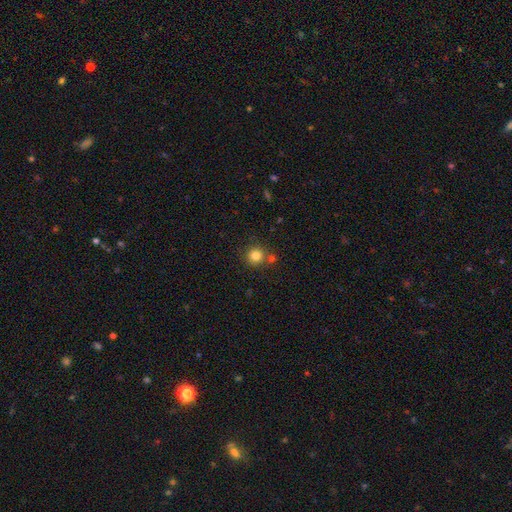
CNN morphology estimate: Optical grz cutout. It shows a smooth galaxy with no disk features (82%) that is round (93%). Merging: none (73%).